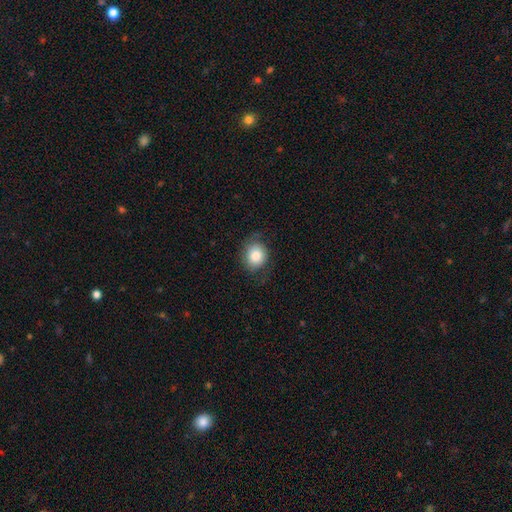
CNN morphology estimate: Overall: smooth (81%). How rounded: round (70%). Merging: none (74%).